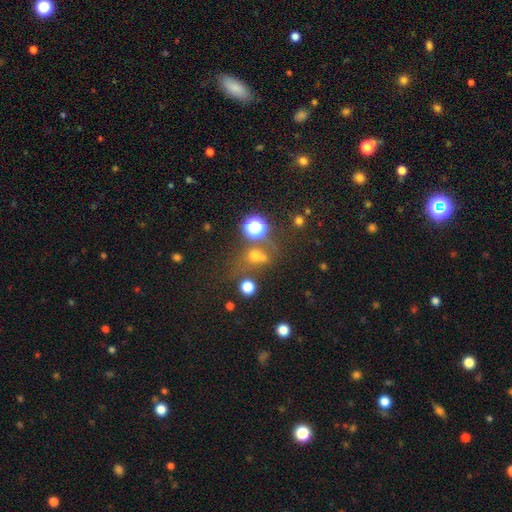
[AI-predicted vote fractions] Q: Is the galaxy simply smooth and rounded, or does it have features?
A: smooth — 55%.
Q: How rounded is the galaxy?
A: round — 73%.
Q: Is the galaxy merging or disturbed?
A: none — 48%.